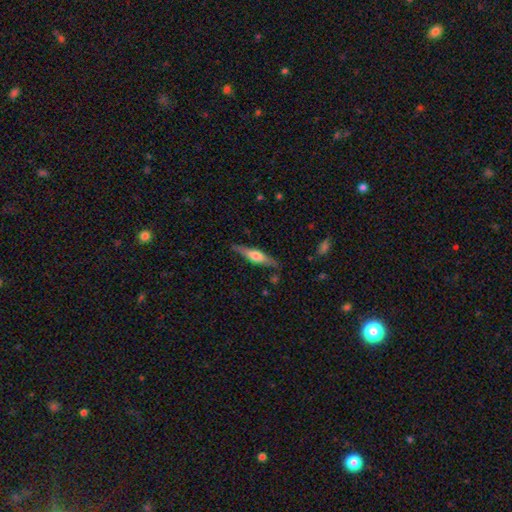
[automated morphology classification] A featured or disk galaxy (54%) viewed edge-on (93%) with a rounded central bulge (79%).

Vote fractions:
- Smooth or featured? featured or disk: 54% / smooth: 40% / star or artifact: 6%
- Edge-on disk? yes: 93% / no: 7%
- Edge-on bulge? rounded: 79% / boxy: 15% / none: 6%
- Merging? none: 83% / minor disturbance: 13% / major disturbance: 3% / merger: 2%